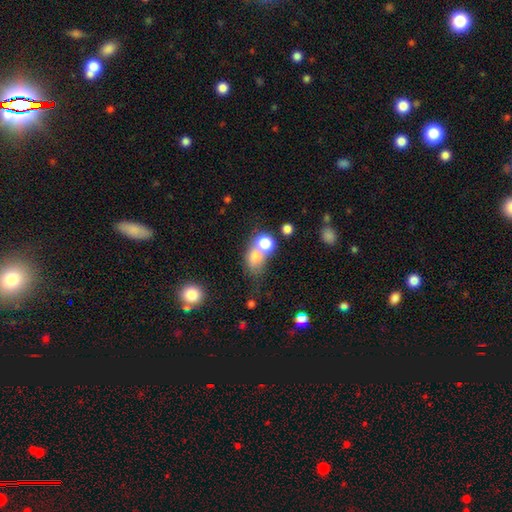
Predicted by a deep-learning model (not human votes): Smooth or featured?
  - smooth: 71% *
  - featured or disk: 15%
  - star or artifact: 14%
How rounded?
  - in between: 51% *
  - round: 47%
  - cigar-shaped: 2%
Merging?
  - merger: 51% *
  - none: 30%
  - minor disturbance: 11%
  - major disturbance: 8%